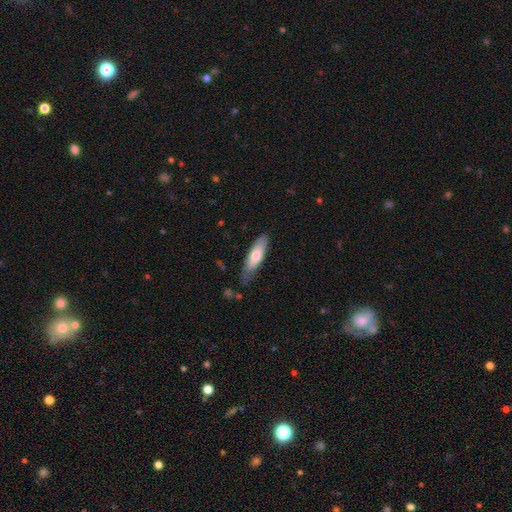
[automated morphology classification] Q: Smooth or featured?
A: smooth (67%); runner-up: featured or disk (27%)
Q: How rounded?
A: cigar-shaped (55%); runner-up: in between (43%)
Q: Merging?
A: none (71%); runner-up: minor disturbance (23%)